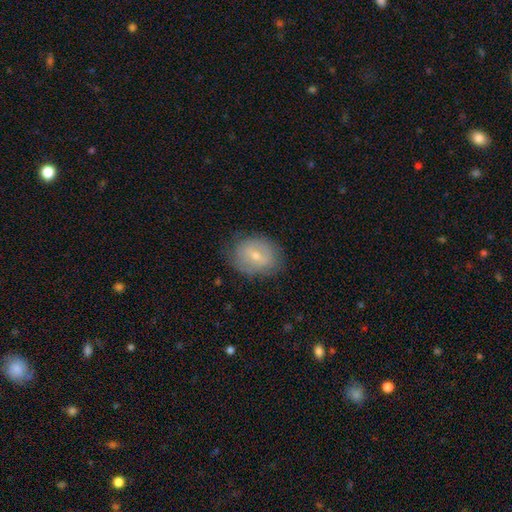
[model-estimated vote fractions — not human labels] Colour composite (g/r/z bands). It shows a smooth galaxy with no disk features (47%). Merging: none (74%).